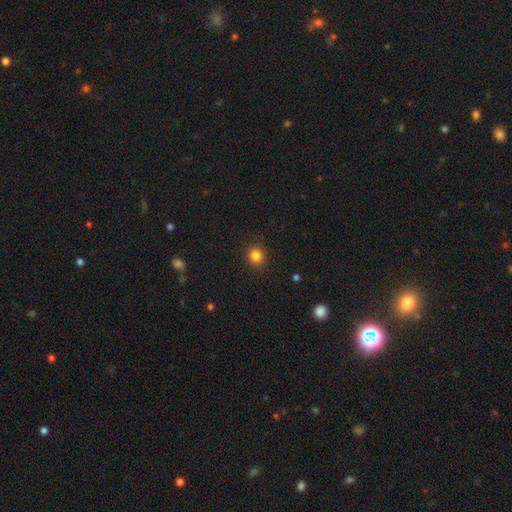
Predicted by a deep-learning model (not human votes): Smooth or featured? smooth (84%)
How rounded? round (86%)
Merging? none (89%)